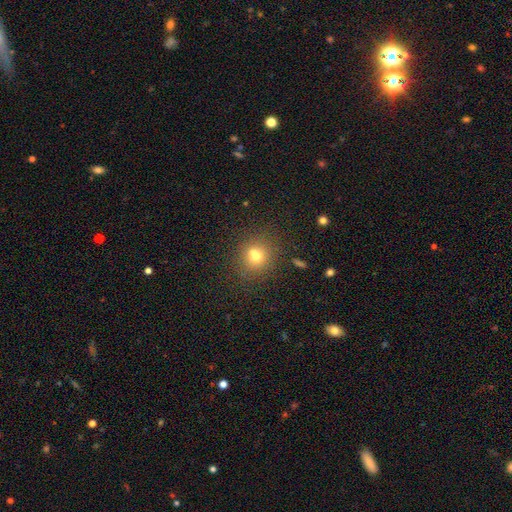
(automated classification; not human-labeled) Q: Smooth or featured?
A: smooth (70%); runner-up: star or artifact (15%)
Q: How rounded?
A: round (84%); runner-up: in between (15%)
Q: Merging?
A: none (60%); runner-up: merger (27%)